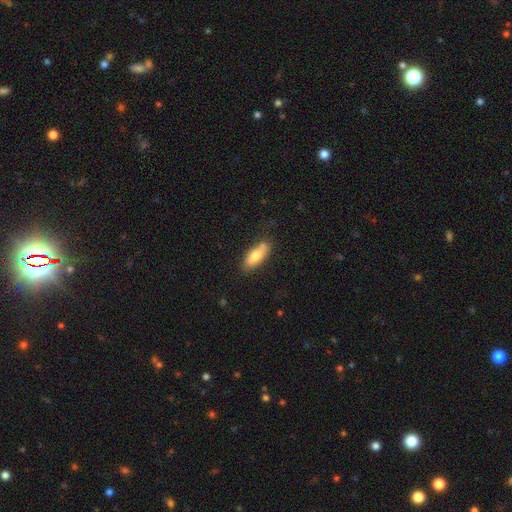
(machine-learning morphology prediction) Smooth or featured? smooth (73%)
How rounded? in between (73%)
Merging? none (72%)